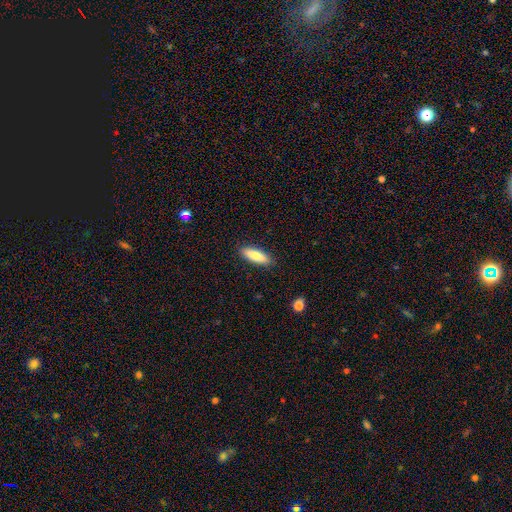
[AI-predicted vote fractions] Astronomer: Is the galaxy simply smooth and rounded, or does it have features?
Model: smooth — 82%.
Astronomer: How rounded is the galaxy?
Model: in between — 50% (runner-up: cigar-shaped, 48%).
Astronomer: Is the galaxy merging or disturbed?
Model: none — 89%.